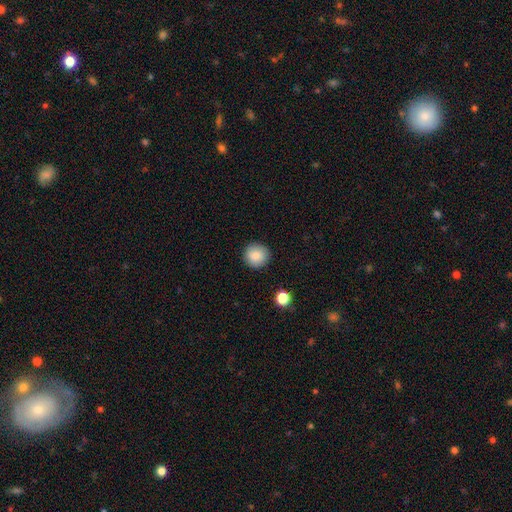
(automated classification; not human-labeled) This appears to be a smooth galaxy with no disk features (86%) that is round (94%). Merging: none (91%).